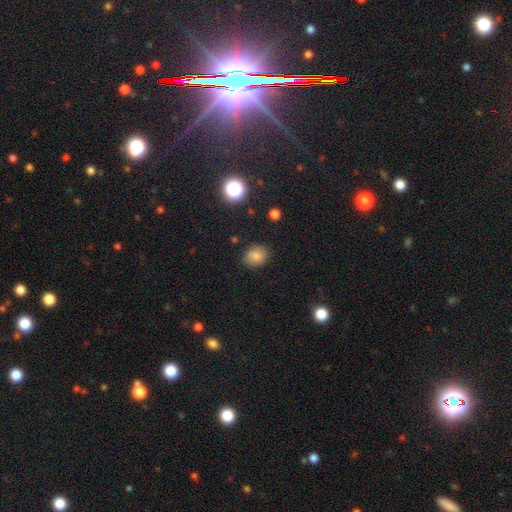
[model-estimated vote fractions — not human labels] This is clearly a smooth galaxy (81%). How rounded: likely round (60%). Merging: clearly none (81%).